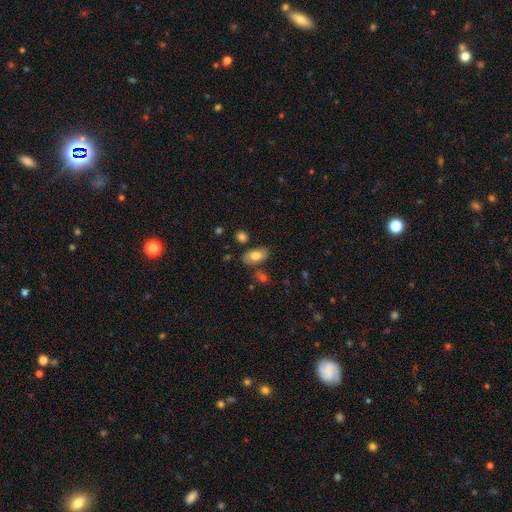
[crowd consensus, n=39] Morphology: type=smooth (72%); roundness=in between (93%); merging=none (78%).